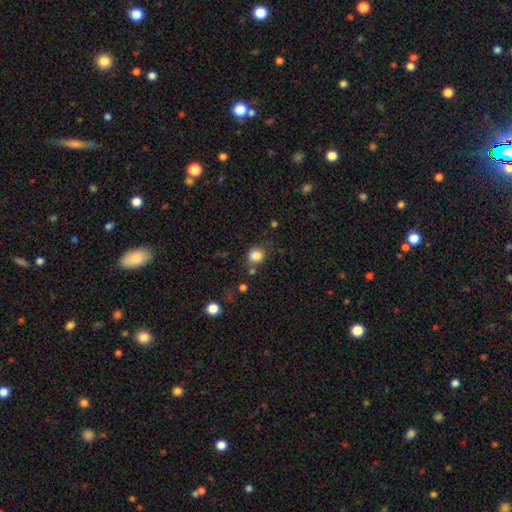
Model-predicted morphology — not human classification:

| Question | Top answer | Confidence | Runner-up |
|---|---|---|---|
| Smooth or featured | smooth | 85% | star or artifact (11%) |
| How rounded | round | 77% | in between (22%) |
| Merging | none | 69% | minor disturbance (17%) |